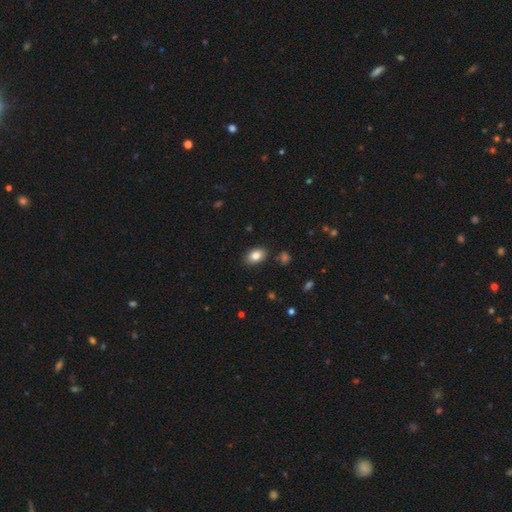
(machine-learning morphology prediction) Q: Smooth or featured?
A: smooth (83%); runner-up: featured or disk (8%)
Q: How rounded?
A: in between (87%); runner-up: round (12%)
Q: Merging?
A: none (86%); runner-up: minor disturbance (10%)